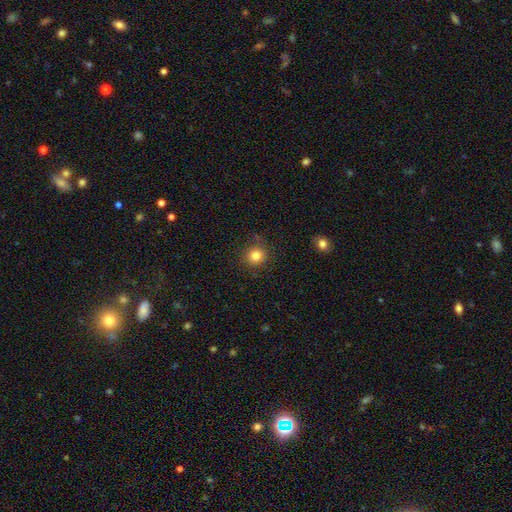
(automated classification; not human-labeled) Morphology: type=smooth (82%); roundness=round (91%); merging=none (86%).